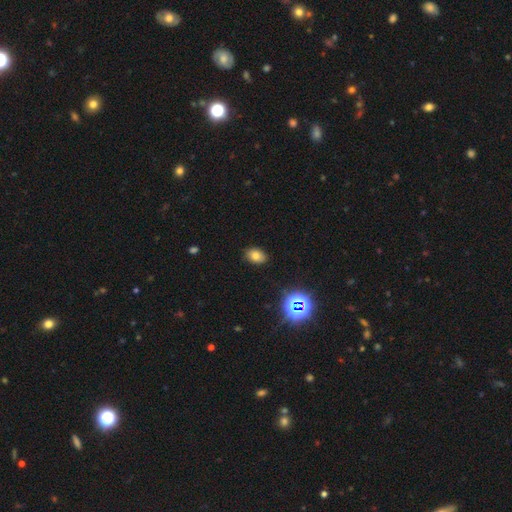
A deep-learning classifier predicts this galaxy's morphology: Smooth or featured? smooth (74%)
How rounded? in between (79%)
Merging? none (86%)